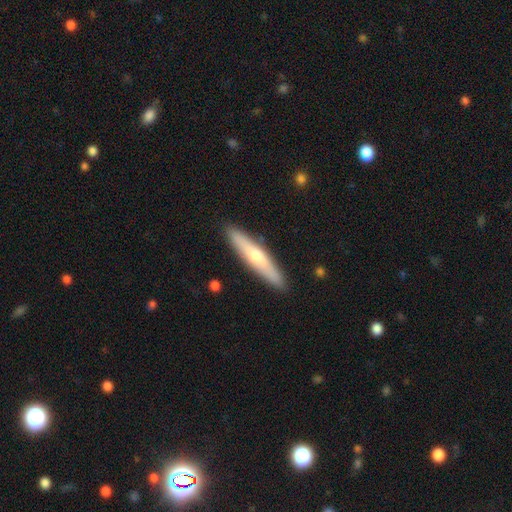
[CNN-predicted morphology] smooth 47% (tied), featured or disk 47% (tied), star or artifact 6%. Down the decision tree: merging — none (90%).